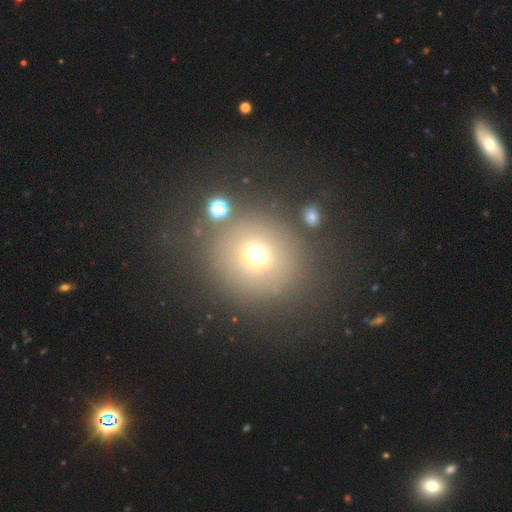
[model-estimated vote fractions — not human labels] smooth_or_featured: smooth (p=0.67) [alt: star or artifact p=0.20]
how_rounded: round (p=0.91) [alt: in between p=0.08]
merging: none (p=0.80) [alt: minor disturbance p=0.09]